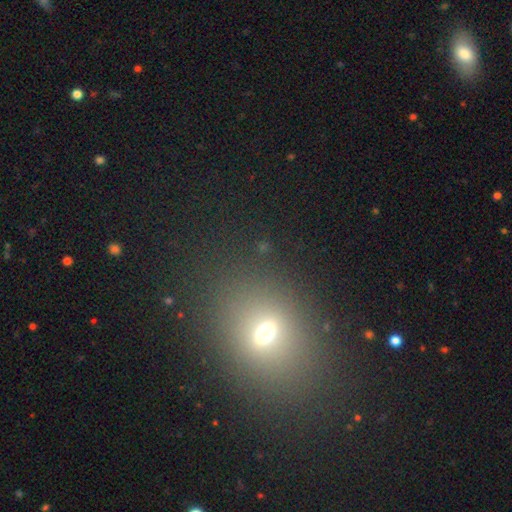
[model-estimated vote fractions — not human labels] This is possibly a smooth galaxy (56%). How rounded: possibly in between (52%). Merging: clearly none (87%).